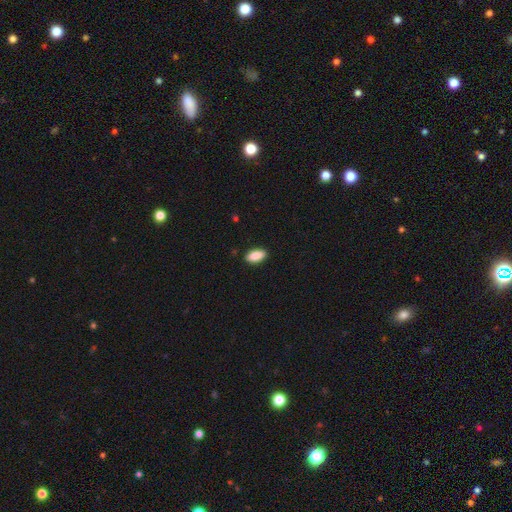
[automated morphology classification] smooth-or-featured: smooth: 89% | star or artifact: 6% | featured or disk: 5%
  how-rounded: in between: 90% | cigar-shaped: 8% | round: 3%
  merging: none: 89% | minor disturbance: 8% | major disturbance: 2% | merger: 1%